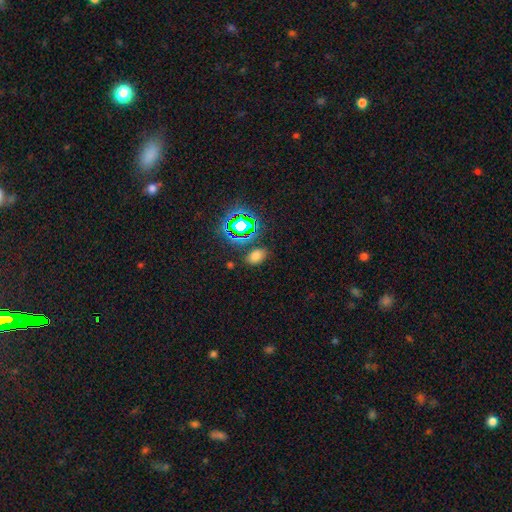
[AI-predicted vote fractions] A smooth galaxy with no disk features (65%) that is in between round and cigar-shaped (85%).

Vote fractions:
- Smooth or featured? smooth: 65% / star or artifact: 28% / featured or disk: 6%
- How rounded? in between: 85% / round: 13% / cigar-shaped: 2%
- Merging? none: 80% / minor disturbance: 12% / major disturbance: 4% / merger: 4%